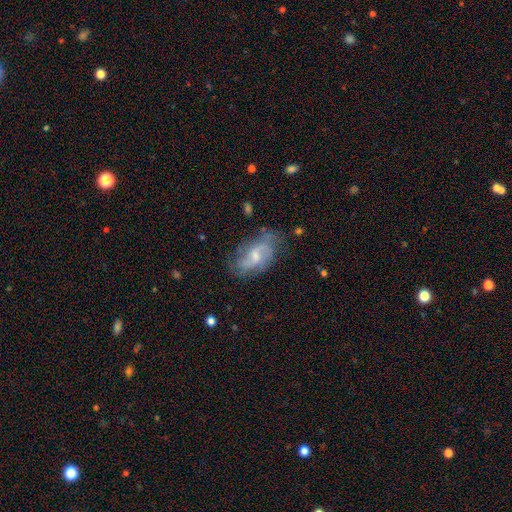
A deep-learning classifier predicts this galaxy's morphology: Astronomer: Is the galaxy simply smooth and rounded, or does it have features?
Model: featured or disk — 69%.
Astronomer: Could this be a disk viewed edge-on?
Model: no — 95%.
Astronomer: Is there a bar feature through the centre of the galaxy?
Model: weak — 51% (runner-up: no, 39%).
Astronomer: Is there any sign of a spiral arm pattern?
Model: yes — 85%.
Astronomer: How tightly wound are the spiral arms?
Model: medium — 42% (runner-up: loose, 36%).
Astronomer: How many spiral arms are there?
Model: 2 — 63%.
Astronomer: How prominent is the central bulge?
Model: small — 45% (runner-up: moderate, 43%).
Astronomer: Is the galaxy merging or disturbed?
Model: none — 61%.